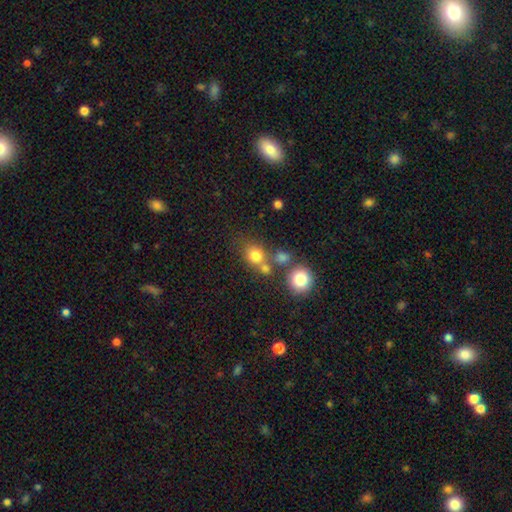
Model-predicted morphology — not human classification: Smooth or featured?
  - smooth: 76% *
  - star or artifact: 14%
  - featured or disk: 10%
How rounded?
  - round: 78% *
  - in between: 21%
  - cigar-shaped: 1%
Merging?
  - none: 55% *
  - merger: 28%
  - minor disturbance: 11%
  - major disturbance: 7%